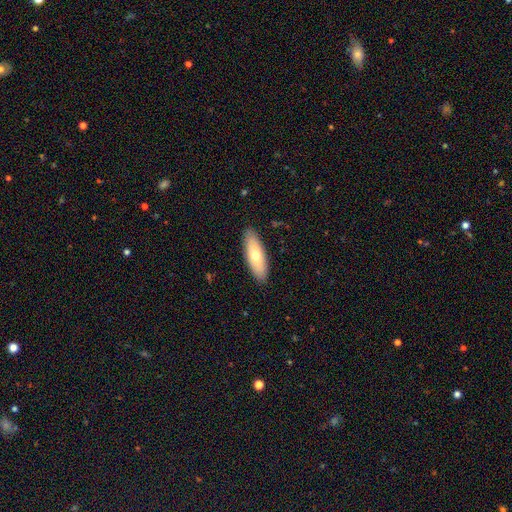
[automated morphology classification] The model was most divided on "how rounded": in between: 59%, cigar-shaped: 39%, round: 2%. More confident: merging — none (89%); smooth or featured — smooth (68%).